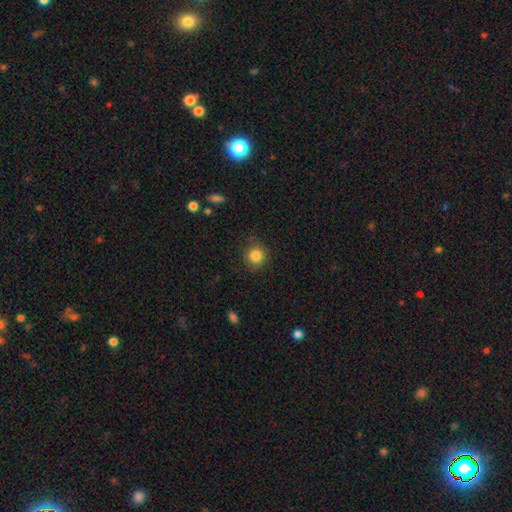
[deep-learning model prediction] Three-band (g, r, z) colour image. It shows a smooth galaxy with no disk features (84%) that is round (91%). Merging: none (83%).